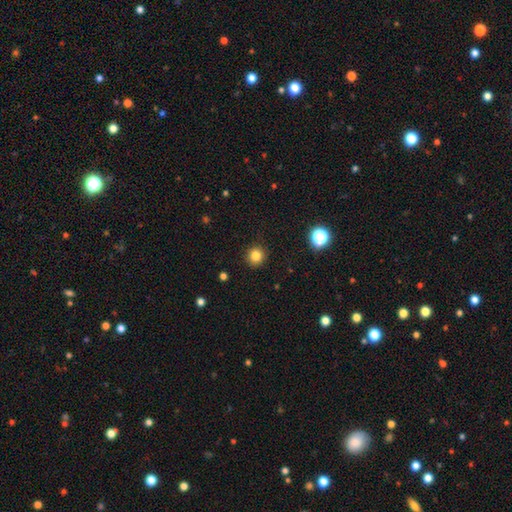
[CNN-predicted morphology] Smooth or featured?
  - smooth: 82% *
  - star or artifact: 13%
  - featured or disk: 5%
How rounded?
  - round: 92% *
  - in between: 7%
  - cigar-shaped: 1%
Merging?
  - none: 92% *
  - minor disturbance: 5%
  - major disturbance: 2%
  - merger: 1%